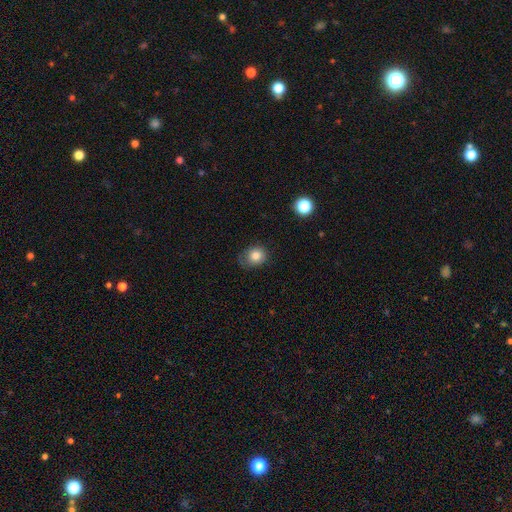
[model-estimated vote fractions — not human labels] This appears to be a smooth galaxy with no disk features (81%) that is round (69%). Merging: none (61%).